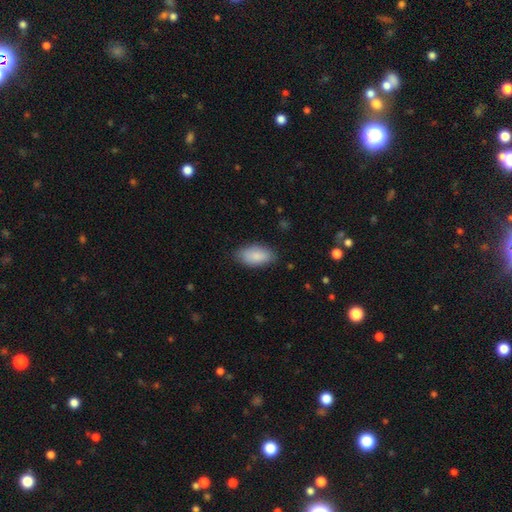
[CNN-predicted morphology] Q: Smooth or featured?
A: smooth (88%); runner-up: featured or disk (6%)
Q: How rounded?
A: in between (92%); runner-up: cigar-shaped (6%)
Q: Merging?
A: none (83%); runner-up: minor disturbance (13%)